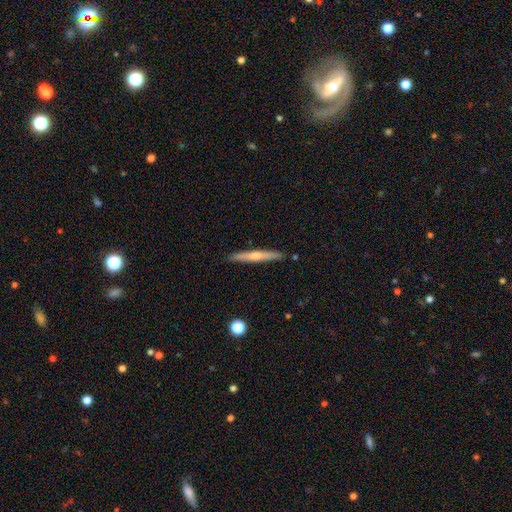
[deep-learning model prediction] The model was most divided on "smooth or featured": featured or disk: 58%, smooth: 36%, star or artifact: 6%. More confident: edge-on disk — yes (96%); merging — none (91%); edge-on bulge — rounded (74%).